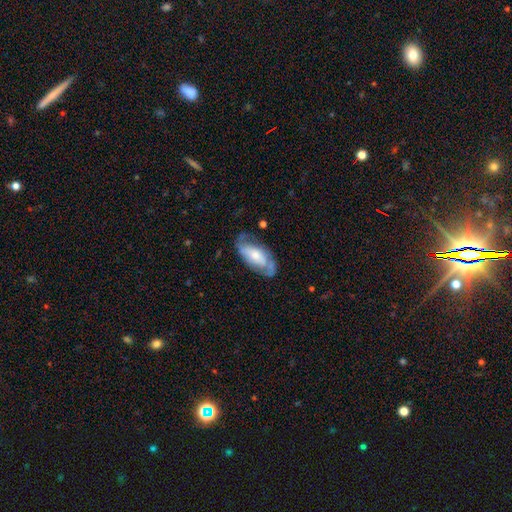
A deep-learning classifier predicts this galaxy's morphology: Smooth or featured?
  - featured or disk: 57% *
  - smooth: 37%
  - star or artifact: 6%
Edge-on disk?
  - no: 90% *
  - yes: 10%
Bar?
  - no: 60% *
  - weak: 27%
  - strong: 13%
Spiral arms?
  - yes: 70% *
  - no: 30%
Bulge size?
  - moderate: 44% *
  - small: 34%
  - large: 16%
  - none: 4%
  - dominant: 2%
Merging?
  - none: 58% *
  - minor disturbance: 25%
  - major disturbance: 14%
  - merger: 3%